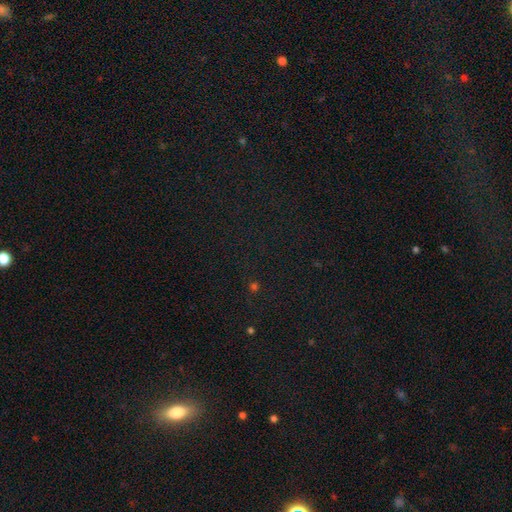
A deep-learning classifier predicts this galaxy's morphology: type=star or artifact (63%).